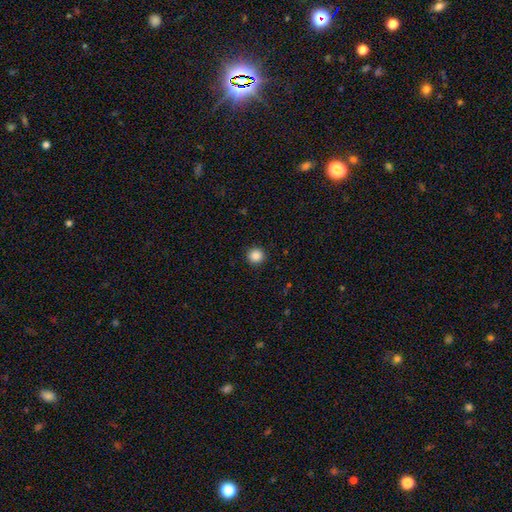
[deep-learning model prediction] Q: Smooth or featured?
A: smooth (87%); runner-up: star or artifact (10%)
Q: How rounded?
A: round (95%); runner-up: in between (4%)
Q: Merging?
A: none (92%); runner-up: minor disturbance (5%)